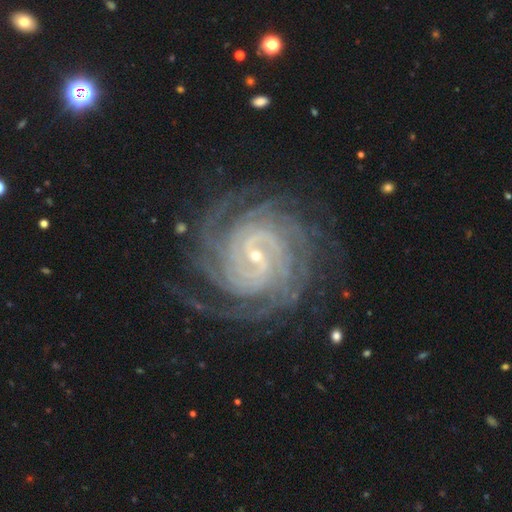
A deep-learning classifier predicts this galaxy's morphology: This is clearly a featured or disk galaxy (92%). It is clearly not viewed edge-on (98%). Bar: marginally weak (44%). Spiral arm pattern: clearly yes (99%). Spiral arm count: marginally 4 (25%). Spiral winding: clearly tight (83%). Central bulge: clearly small (81%). Merging: clearly none (81%).